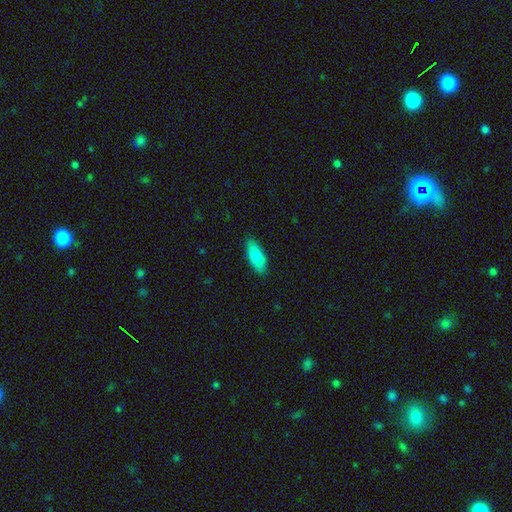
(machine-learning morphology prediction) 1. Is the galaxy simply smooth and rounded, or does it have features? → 80% smooth, 14% featured or disk, 6% star or artifact.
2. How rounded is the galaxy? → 72% in between, 26% cigar-shaped, 2% round.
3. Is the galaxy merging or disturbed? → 86% none, 11% minor disturbance, 2% major disturbance, 1% merger.